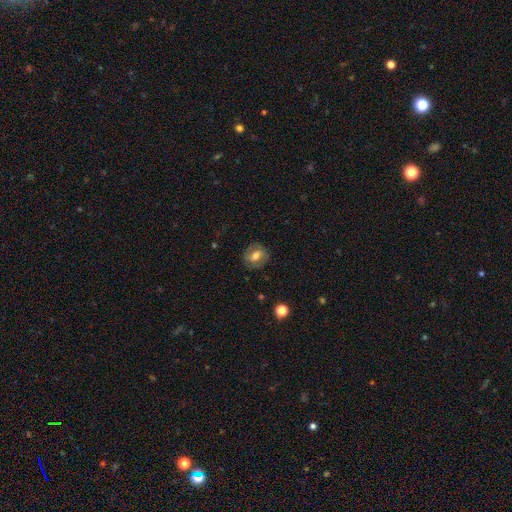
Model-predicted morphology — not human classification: Q: Smooth or featured?
A: smooth (53%); runner-up: featured or disk (38%)
Q: How rounded?
A: round (58%); runner-up: in between (41%)
Q: Merging?
A: none (80%); runner-up: minor disturbance (14%)